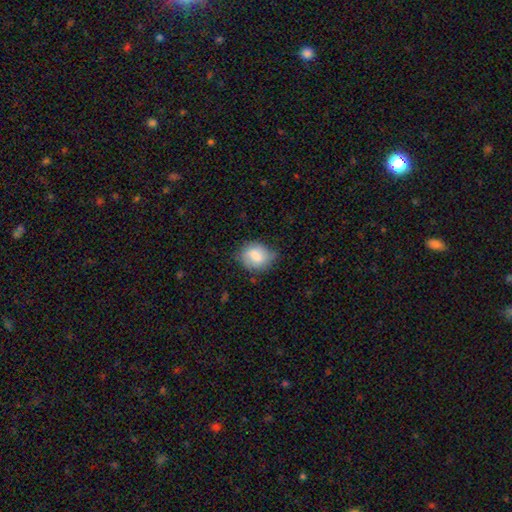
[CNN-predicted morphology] A smooth galaxy with no disk features (75%) that is round (51%).

Vote fractions:
- Smooth or featured? smooth: 75% / featured or disk: 18% / star or artifact: 7%
- How rounded? round: 51% / in between: 48% / cigar-shaped: 1%
- Merging? none: 62% / minor disturbance: 30% / major disturbance: 7% / merger: 2%